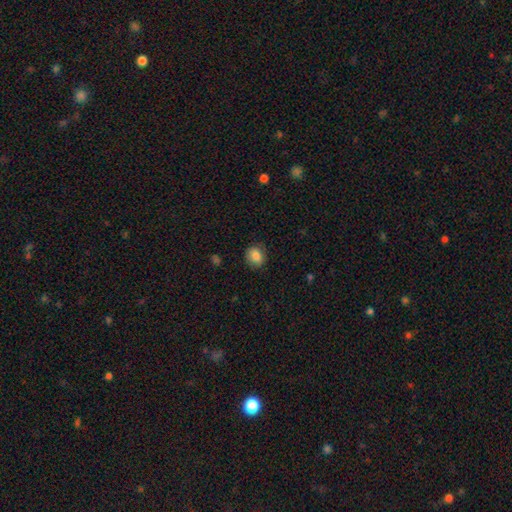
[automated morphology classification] A smooth galaxy with no disk features (84%) that is round (65%). Merging: none (83%).